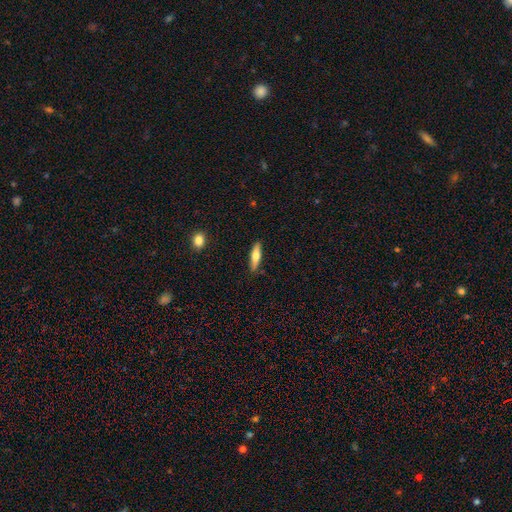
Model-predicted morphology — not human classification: Q: Smooth or featured?
A: smooth (61%); runner-up: featured or disk (33%)
Q: How rounded?
A: cigar-shaped (71%); runner-up: in between (27%)
Q: Merging?
A: none (89%); runner-up: minor disturbance (8%)